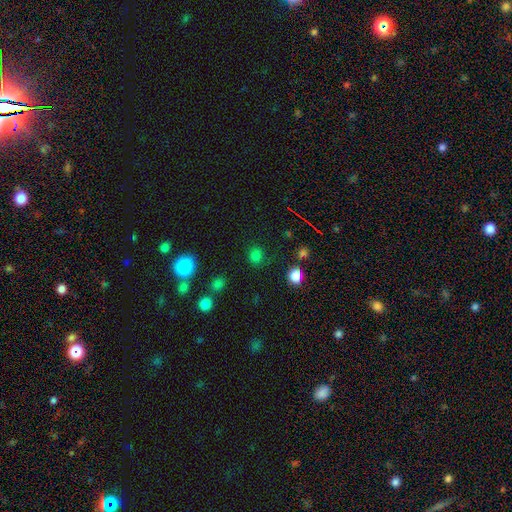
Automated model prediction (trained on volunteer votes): smooth_or_featured: smooth (p=0.75) [alt: star or artifact p=0.21]
how_rounded: round (p=0.81) [alt: in between p=0.18]
merging: none (p=0.82) [alt: minor disturbance p=0.11]